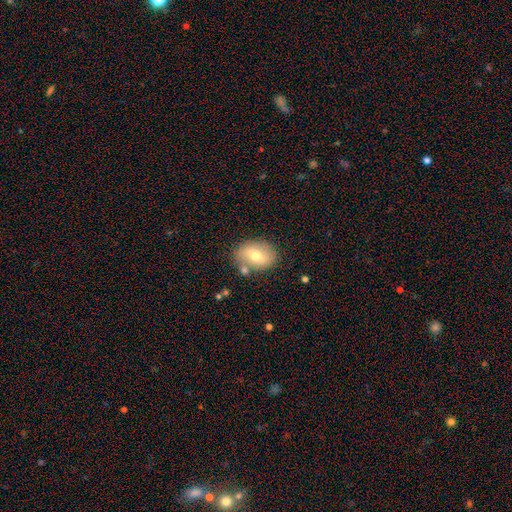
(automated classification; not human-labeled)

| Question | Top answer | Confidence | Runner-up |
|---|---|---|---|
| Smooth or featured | smooth | 59% | featured or disk (33%) |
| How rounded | in between | 73% | round (26%) |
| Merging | none | 75% | minor disturbance (15%) |